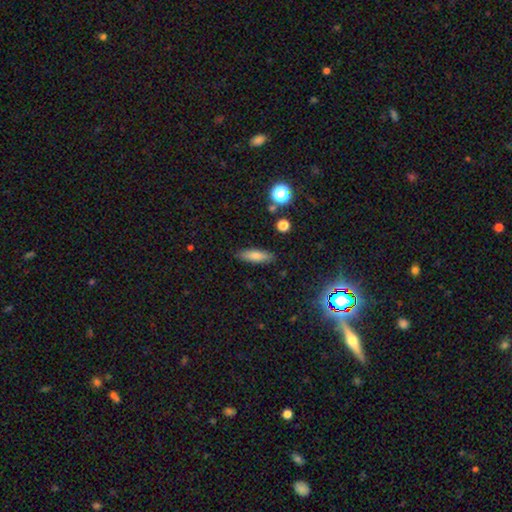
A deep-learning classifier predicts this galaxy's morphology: smooth-or-featured: smooth: 77% | featured or disk: 14% | star or artifact: 9%
  how-rounded: cigar-shaped: 51% | in between: 47% | round: 3%
  merging: none: 87% | minor disturbance: 9% | major disturbance: 2% | merger: 2%